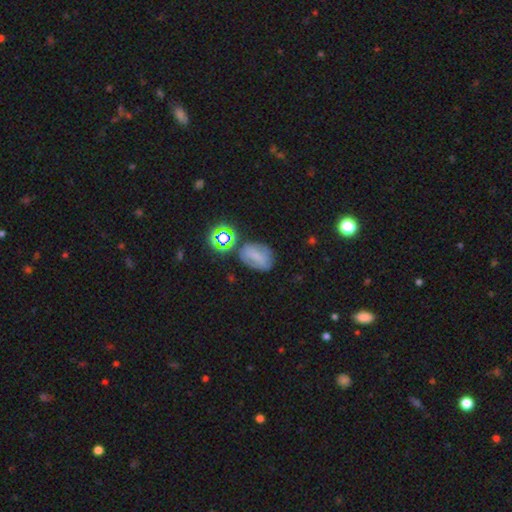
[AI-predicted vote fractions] A smooth galaxy with no disk features (52%) that is in between round and cigar-shaped (71%).

Vote fractions:
- Smooth or featured? smooth: 52% / featured or disk: 27% / star or artifact: 22%
- How rounded? in between: 71% / round: 27% / cigar-shaped: 2%
- Merging? none: 62% / minor disturbance: 23% / major disturbance: 9% / merger: 6%